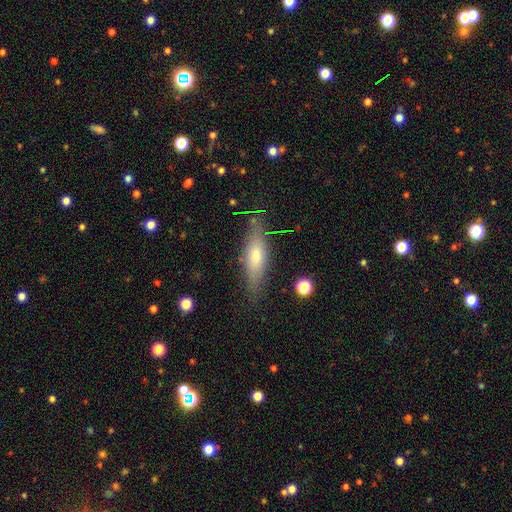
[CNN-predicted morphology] This appears to be a smooth galaxy with no disk features (59%) that is cigar-shaped (59%). Merging: none (81%).